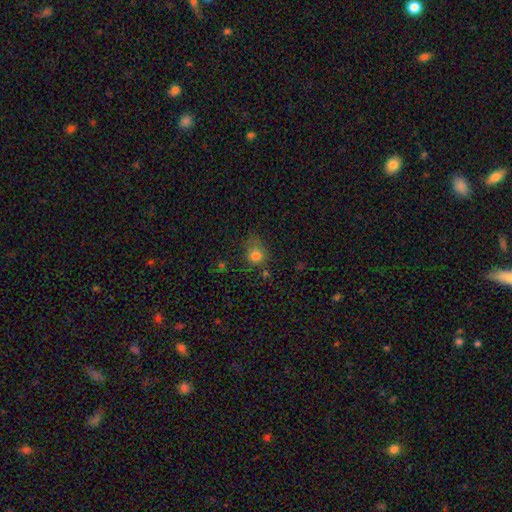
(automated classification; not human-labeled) Smooth or featured?
  - smooth: 77% *
  - star or artifact: 14%
  - featured or disk: 8%
How rounded?
  - round: 69% *
  - in between: 30%
  - cigar-shaped: 1%
Merging?
  - none: 52% *
  - minor disturbance: 27%
  - major disturbance: 13%
  - merger: 7%